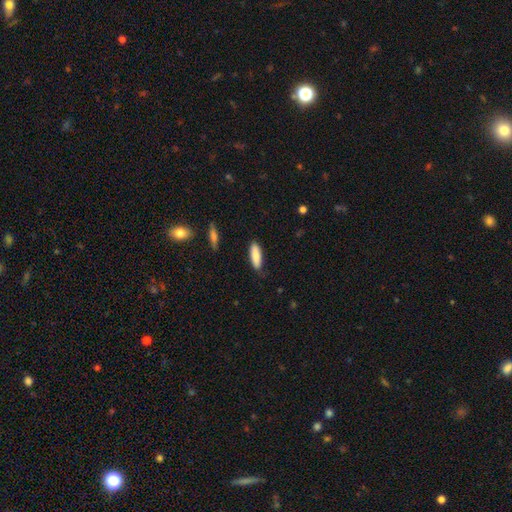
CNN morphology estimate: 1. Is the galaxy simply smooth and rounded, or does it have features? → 86% smooth, 8% featured or disk, 6% star or artifact.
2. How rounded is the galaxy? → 51% cigar-shaped, 48% in between, 1% round.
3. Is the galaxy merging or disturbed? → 82% none, 14% minor disturbance, 2% major disturbance, 1% merger.